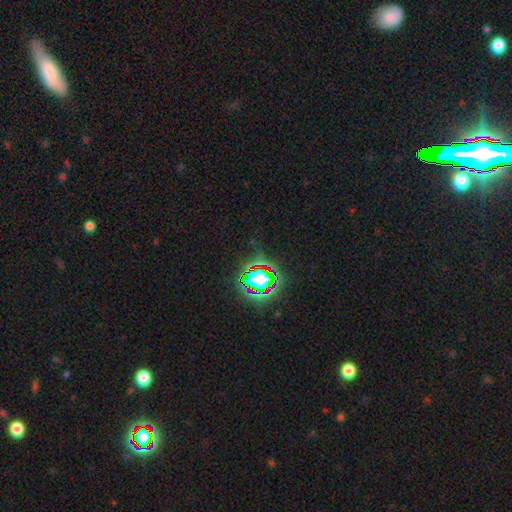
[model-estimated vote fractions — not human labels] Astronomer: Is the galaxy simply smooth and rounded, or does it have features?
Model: star or artifact — 80%.